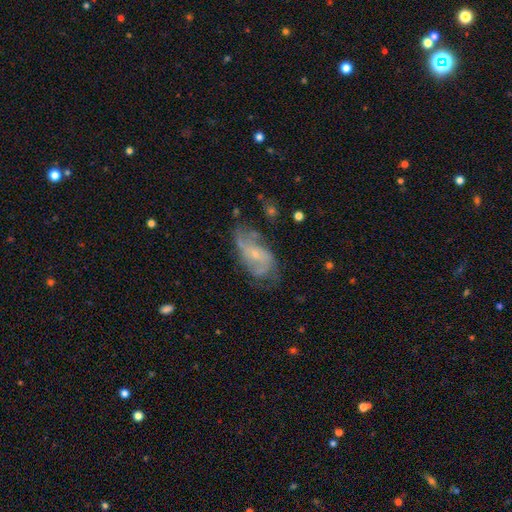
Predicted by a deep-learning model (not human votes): Smooth or featured: featured or disk — 64% (smooth — 20%)
Edge-on disk: no — 93% (yes — 7%)
Bar: no — 48% (weak — 42%)
Spiral arms: yes — 87% (no — 13%)
Spiral winding: medium — 43% (loose — 29%)
Spiral arm count: 2 — 48% (can't tell — 26%)
Bulge size: small — 62% (moderate — 26%)
Merging: none — 68% (minor disturbance — 19%)